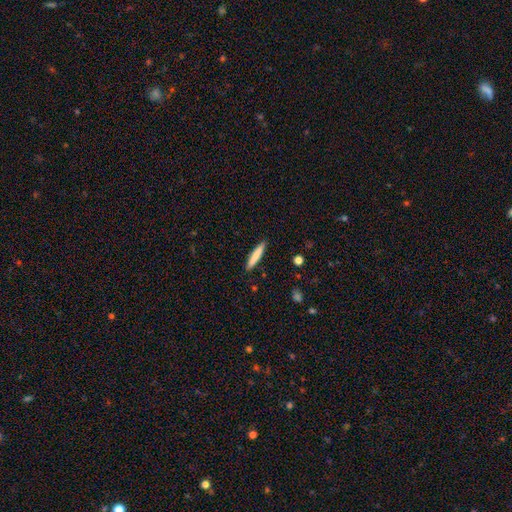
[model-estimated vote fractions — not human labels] Q: Smooth or featured?
A: smooth (78%); runner-up: featured or disk (16%)
Q: How rounded?
A: cigar-shaped (93%); runner-up: in between (6%)
Q: Merging?
A: none (91%); runner-up: minor disturbance (6%)